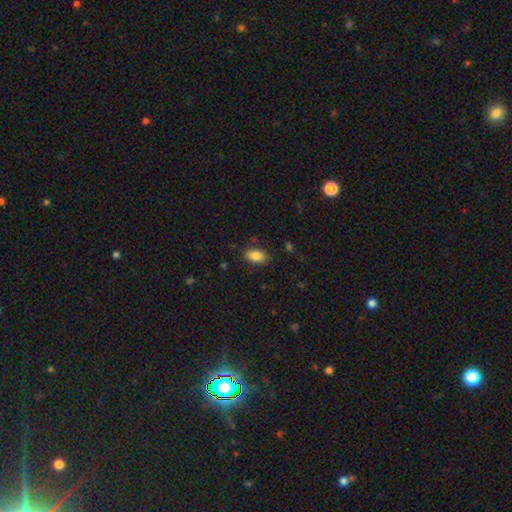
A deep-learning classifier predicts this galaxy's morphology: This is clearly a smooth galaxy (86%). How rounded: clearly in between (90%). Merging: clearly none (83%).